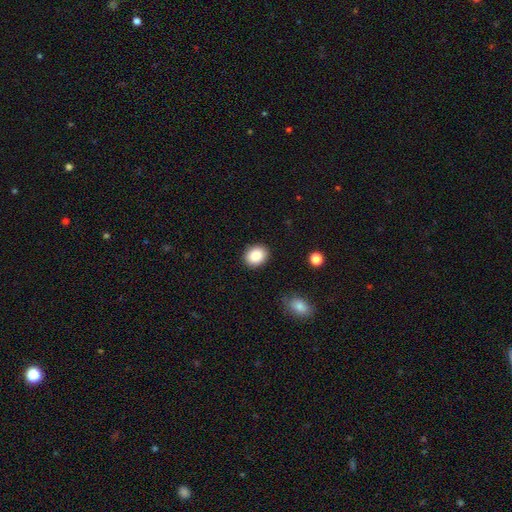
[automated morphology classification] type=smooth (87%); roundness=in between (51%); merging=none (88%).